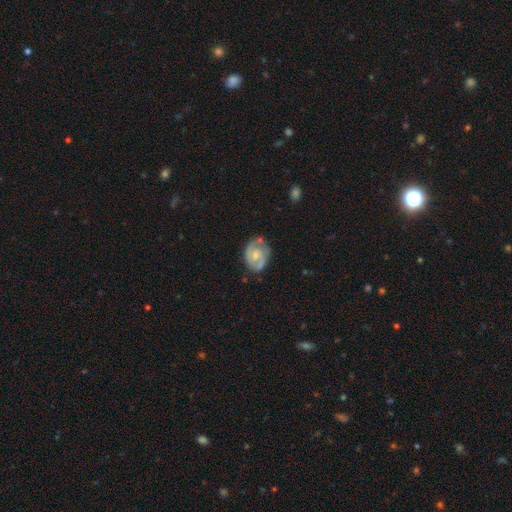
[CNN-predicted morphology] Smooth or featured? featured or disk (71%)
Edge-on disk? no (97%)
Bar? no (61%)
Spiral arms? yes (86%)
Spiral winding? tight (45%)
Spiral arm count? 2 (71%)
Bulge size? small (46%)
Merging? none (65%)